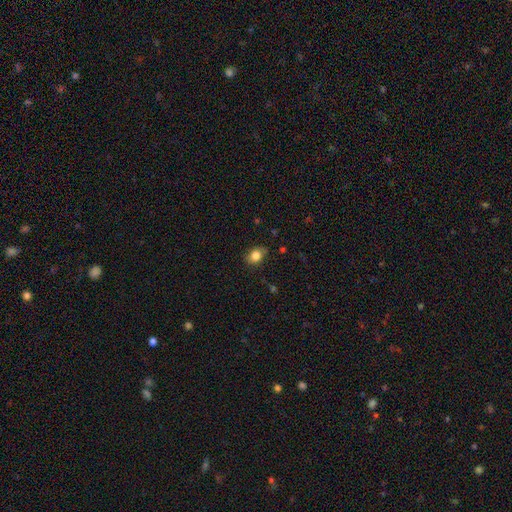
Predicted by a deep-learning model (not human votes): smooth_or_featured: smooth (p=0.83) [alt: star or artifact p=0.10]
how_rounded: in between (p=0.61) [alt: round p=0.38]
merging: none (p=0.79) [alt: minor disturbance p=0.17]